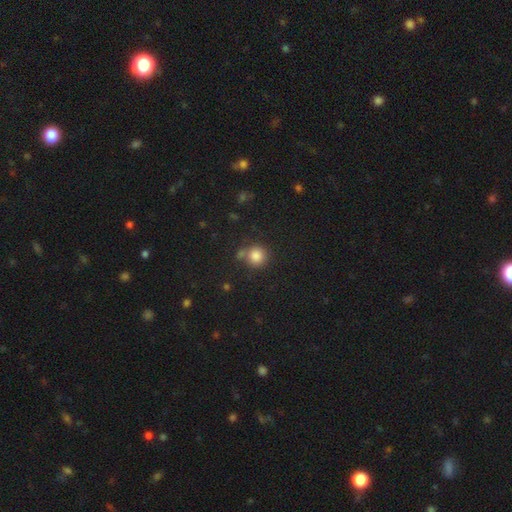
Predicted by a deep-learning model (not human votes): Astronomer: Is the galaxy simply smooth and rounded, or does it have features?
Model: smooth — 84%.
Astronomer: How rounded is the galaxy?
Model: round — 92%.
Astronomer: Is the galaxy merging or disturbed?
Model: none — 69%.